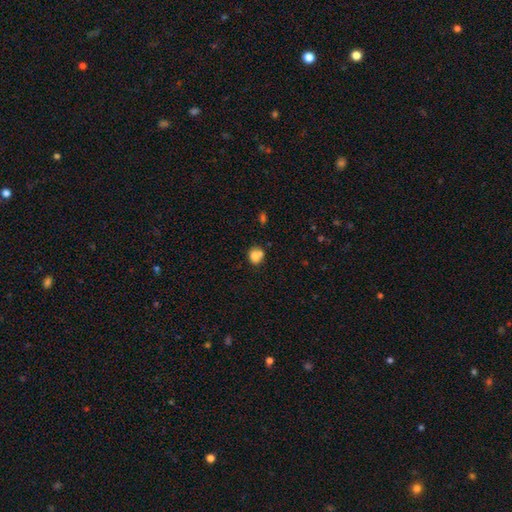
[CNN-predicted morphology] Smooth or featured? smooth (79%)
How rounded? round (73%)
Merging? none (50%)